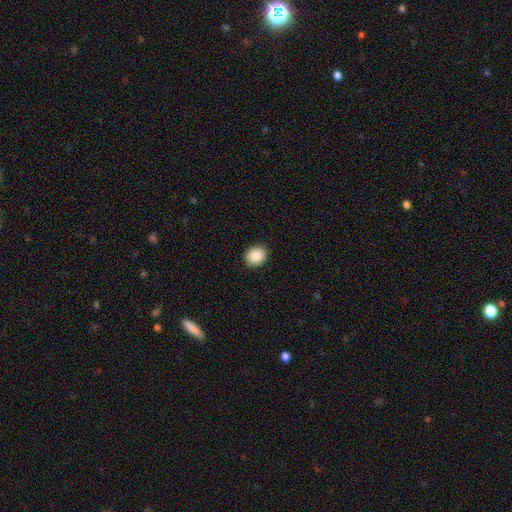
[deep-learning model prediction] This is clearly a smooth galaxy (87%). How rounded: likely round (67%). Merging: clearly none (91%).